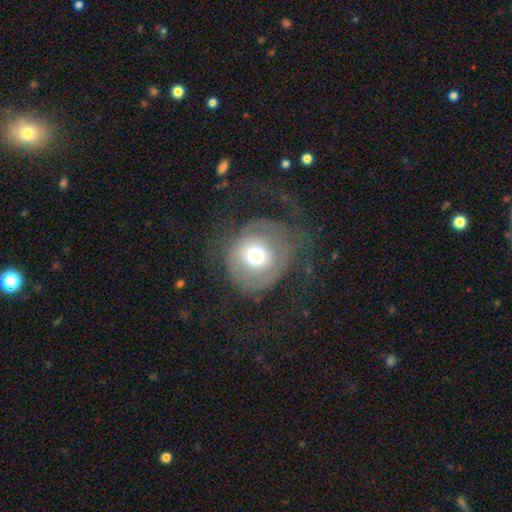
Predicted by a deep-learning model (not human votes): smooth_or_featured: smooth (p=0.57) [alt: featured or disk p=0.31]
how_rounded: round (p=0.87) [alt: in between p=0.12]
merging: none (p=0.43) [alt: major disturbance p=0.35]